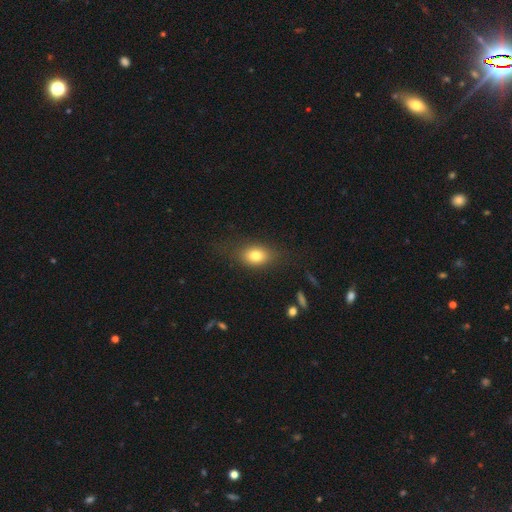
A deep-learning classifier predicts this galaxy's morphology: Overall: smooth (77%). How rounded: in between (71%). Merging: none (73%).